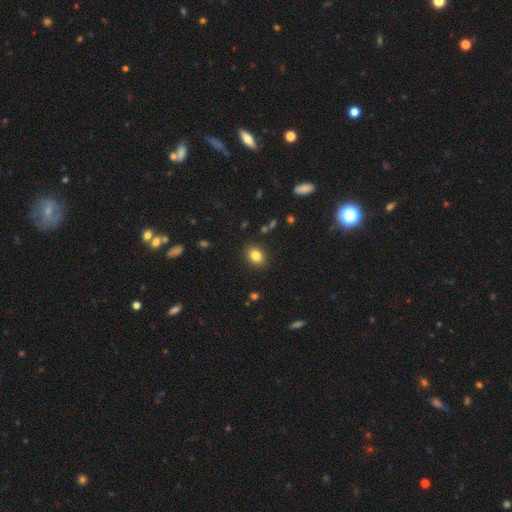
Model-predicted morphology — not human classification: Smooth or featured: smooth — 83% (star or artifact — 10%)
How rounded: in between — 55% (round — 44%)
Merging: none — 89% (minor disturbance — 8%)